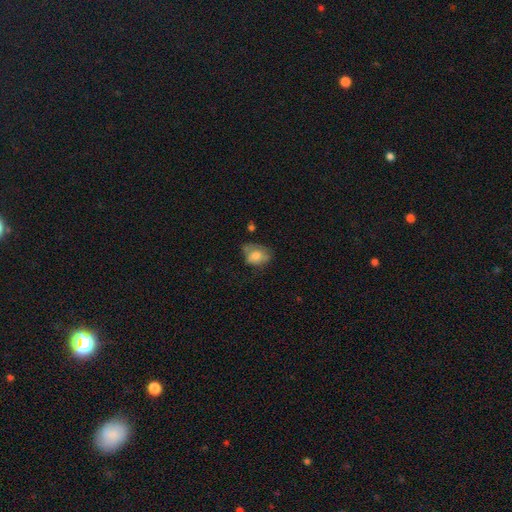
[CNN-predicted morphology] Smooth or featured?
  - smooth: 68% *
  - featured or disk: 23%
  - star or artifact: 9%
How rounded?
  - in between: 71% *
  - round: 27%
  - cigar-shaped: 1%
Merging?
  - none: 41% *
  - minor disturbance: 36%
  - major disturbance: 19%
  - merger: 4%